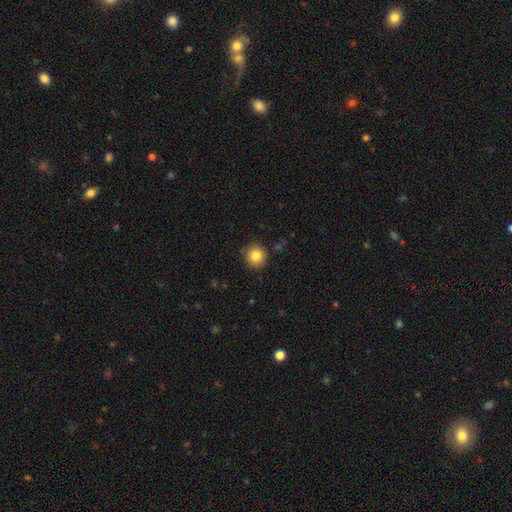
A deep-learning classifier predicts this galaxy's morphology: Q: Smooth or featured?
A: smooth (84%); runner-up: star or artifact (10%)
Q: How rounded?
A: round (93%); runner-up: in between (6%)
Q: Merging?
A: none (88%); runner-up: minor disturbance (9%)